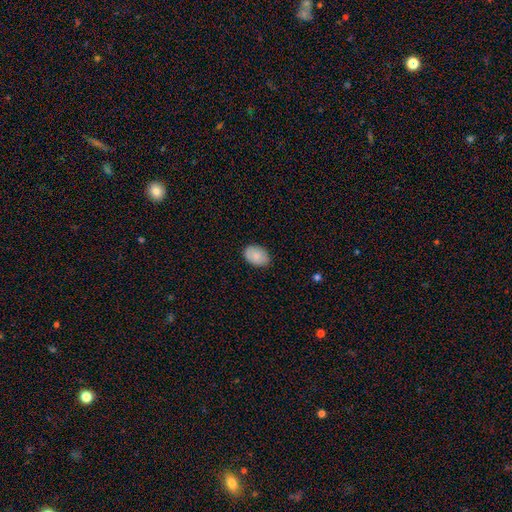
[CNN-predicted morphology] This appears to be a smooth galaxy with no disk features (85%) that is in between round and cigar-shaped (84%). Merging: none (85%).